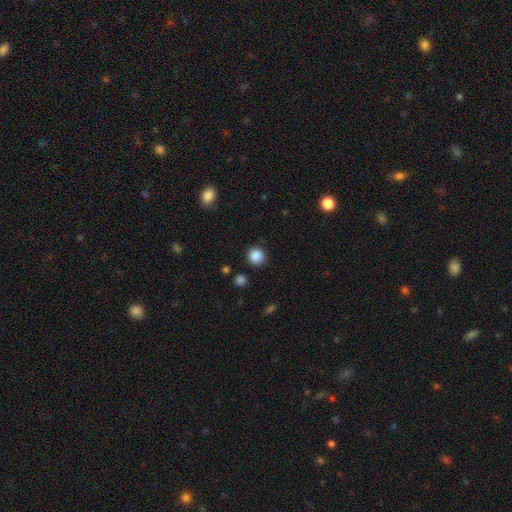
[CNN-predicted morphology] smooth 87%, star or artifact 10%, featured or disk 3%. Down the decision tree: how rounded — round (89%); merging — none (88%).